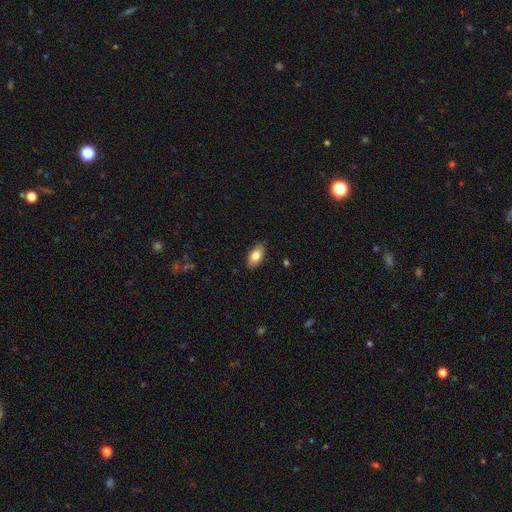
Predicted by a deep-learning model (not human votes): smooth_or_featured: smooth (p=0.80) [alt: featured or disk p=0.13]
how_rounded: in between (p=0.92) [alt: cigar-shaped p=0.04]
merging: none (p=0.87) [alt: minor disturbance p=0.10]